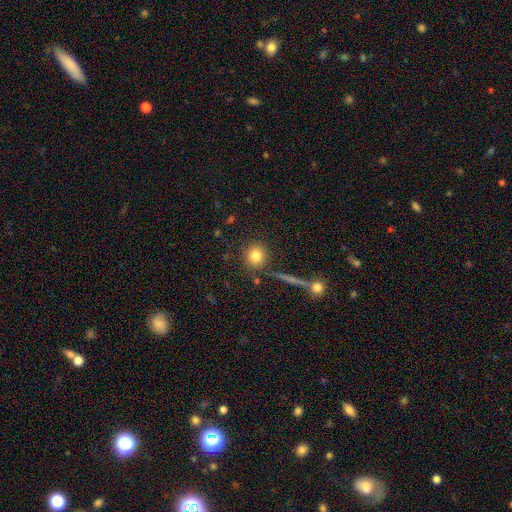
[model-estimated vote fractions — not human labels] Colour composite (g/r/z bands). It shows a smooth galaxy with no disk features (81%) that is round (88%). Merging: none (84%).